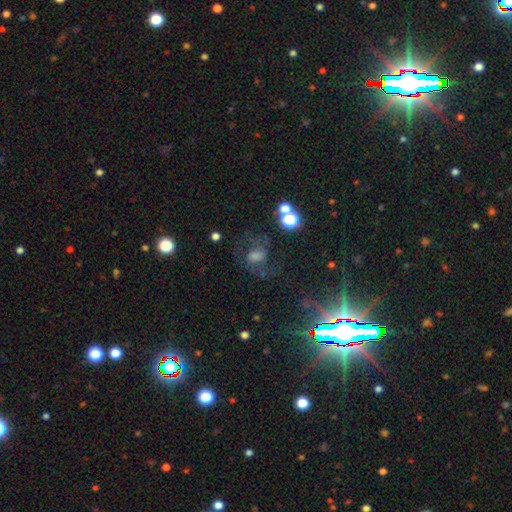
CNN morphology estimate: Smooth or featured: featured or disk — 53% (star or artifact — 28%)
Edge-on disk: no — 96% (yes — 4%)
Bar: weak — 42% (no — 38%)
Spiral arms: yes — 87% (no — 13%)
Bulge size: moderate — 35% (none — 22%)
Merging: none — 63% (major disturbance — 18%)